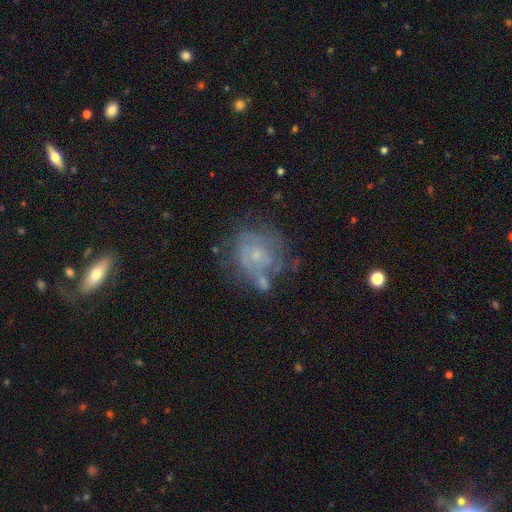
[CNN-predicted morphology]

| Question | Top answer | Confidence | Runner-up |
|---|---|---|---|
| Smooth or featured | featured or disk | 59% | smooth (29%) |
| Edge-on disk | no | 97% | yes (3%) |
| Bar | no | 82% | weak (16%) |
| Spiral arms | yes | 59% | no (41%) |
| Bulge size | small | 74% | moderate (17%) |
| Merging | none | 49% | minor disturbance (22%) |